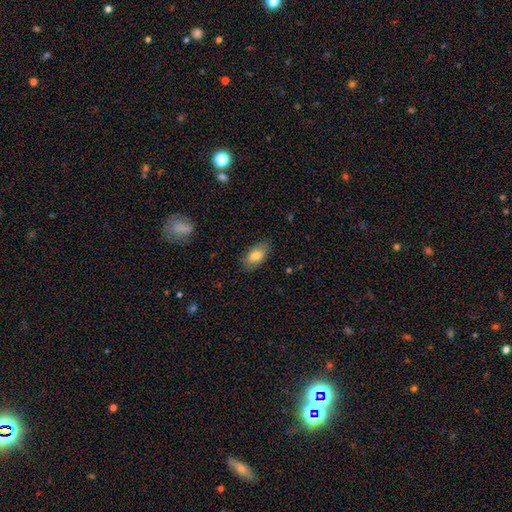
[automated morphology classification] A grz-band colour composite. It shows a smooth galaxy with no disk features (77%) that is in between round and cigar-shaped (92%). Merging: none (81%).